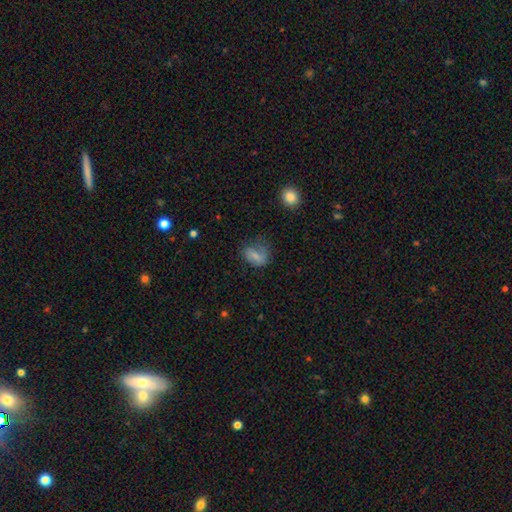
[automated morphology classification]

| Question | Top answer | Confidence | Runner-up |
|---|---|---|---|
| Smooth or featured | smooth | 67% | featured or disk (24%) |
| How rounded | in between | 66% | round (32%) |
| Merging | none | 44% | minor disturbance (29%) |